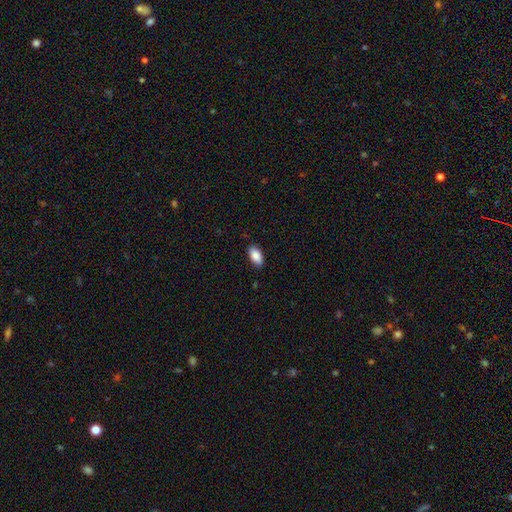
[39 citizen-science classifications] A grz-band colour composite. It shows a smooth galaxy with no disk features (90%) that is in between round and cigar-shaped (91%). Merging: none (68%).